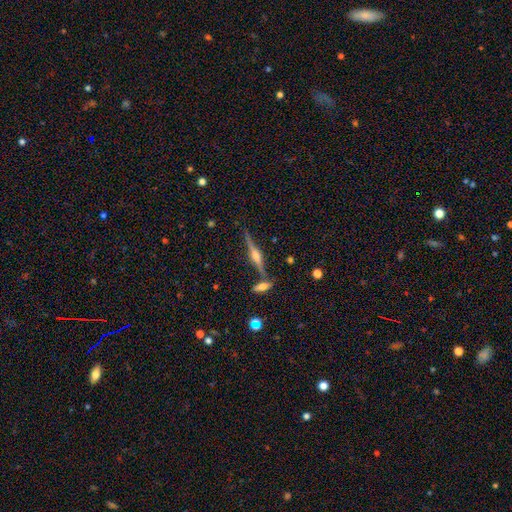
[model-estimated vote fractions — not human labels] A featured or disk galaxy (81%) viewed edge-on (98%) with a rounded central bulge (89%). Merging: none (80%).